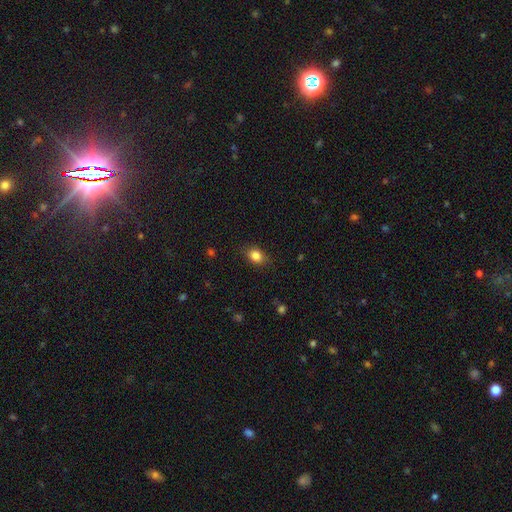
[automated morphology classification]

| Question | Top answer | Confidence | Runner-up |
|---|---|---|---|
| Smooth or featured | smooth | 84% | star or artifact (10%) |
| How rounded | in between | 64% | round (34%) |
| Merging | none | 82% | minor disturbance (14%) |